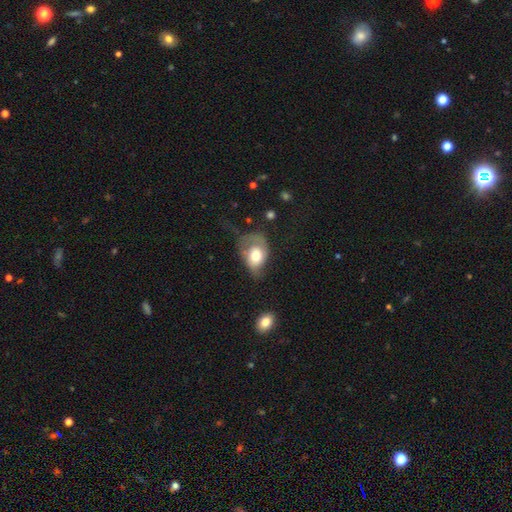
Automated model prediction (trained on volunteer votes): Smooth or featured? smooth (52%)
How rounded? in between (72%)
Merging? major disturbance (41%)